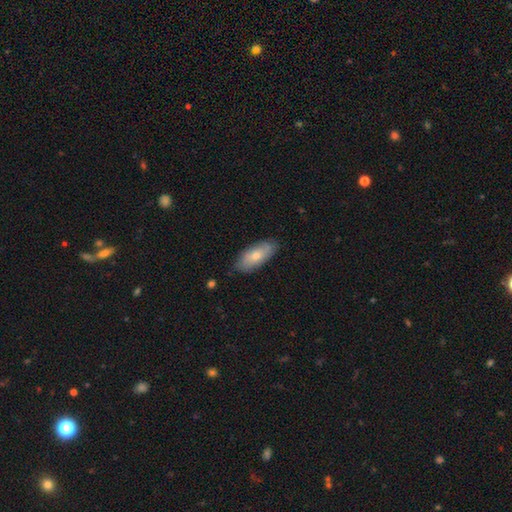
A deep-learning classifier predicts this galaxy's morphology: A smooth galaxy with no disk features (67%) that is in between round and cigar-shaped (87%).

Vote fractions:
- Smooth or featured? smooth: 67% / featured or disk: 27% / star or artifact: 6%
- How rounded? in between: 87% / cigar-shaped: 11% / round: 3%
- Merging? none: 80% / minor disturbance: 16% / major disturbance: 3% / merger: 1%